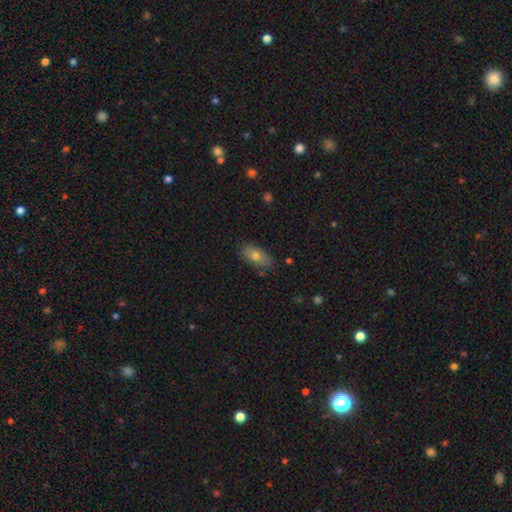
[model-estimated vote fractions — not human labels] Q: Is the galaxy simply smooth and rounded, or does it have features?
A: smooth — 69%.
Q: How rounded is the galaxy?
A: in between — 87%.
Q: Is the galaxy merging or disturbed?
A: none — 82%.